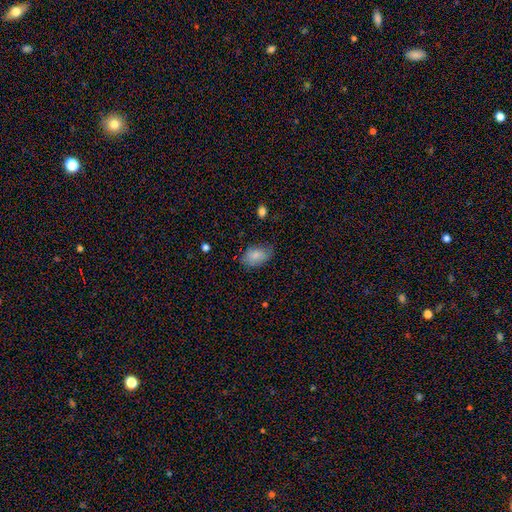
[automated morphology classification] The model was most divided on "merging": none: 71%, minor disturbance: 22%, major disturbance: 5%, merger: 1%. More confident: how rounded — in between (90%); smooth or featured — smooth (83%).